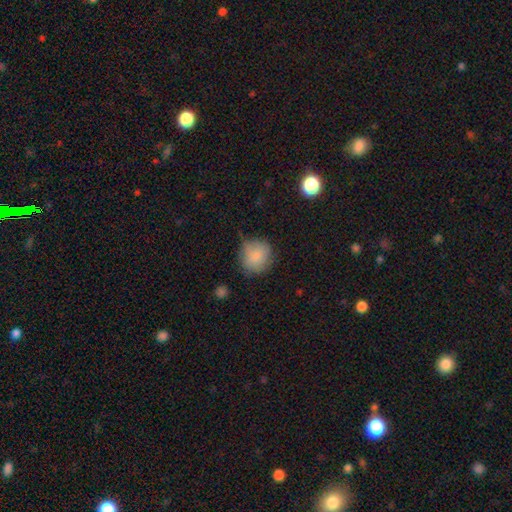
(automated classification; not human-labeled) This is clearly a smooth galaxy (84%). How rounded: clearly round (86%). Merging: likely none (68%).